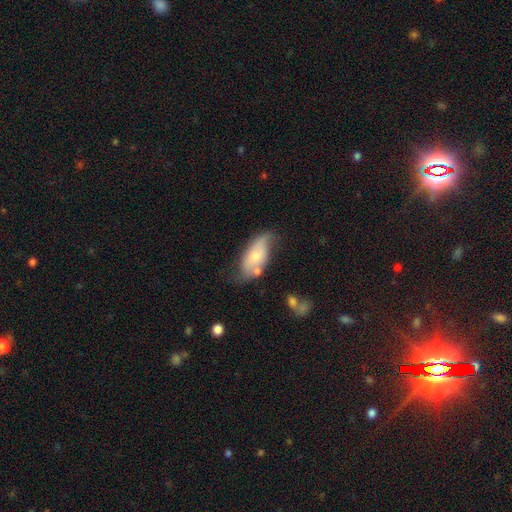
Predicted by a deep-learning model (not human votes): Morphology: type=smooth (52%); roundness=in between (88%); merging=none (48%).